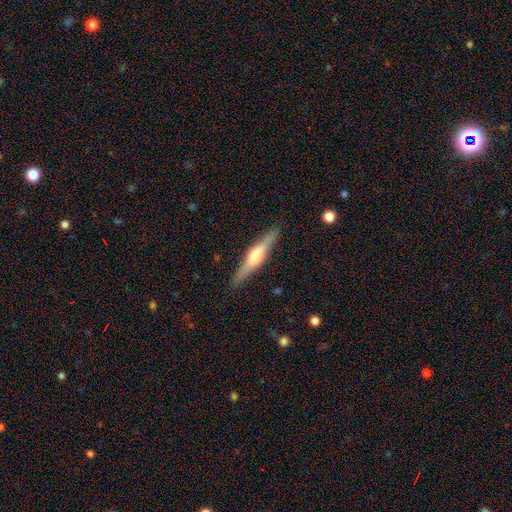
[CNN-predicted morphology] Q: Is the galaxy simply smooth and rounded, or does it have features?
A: featured or disk — 64%.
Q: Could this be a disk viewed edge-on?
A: yes — 97%.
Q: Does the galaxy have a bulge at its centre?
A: rounded — 75%.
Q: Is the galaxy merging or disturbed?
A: none — 90%.